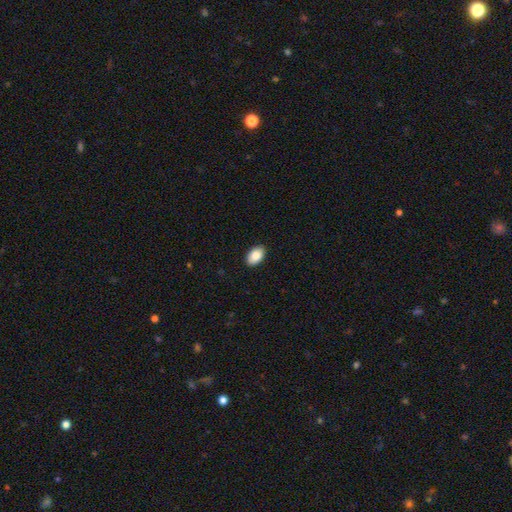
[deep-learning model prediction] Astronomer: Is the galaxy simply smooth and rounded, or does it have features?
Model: smooth — 87%.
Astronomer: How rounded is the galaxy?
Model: in between — 91%.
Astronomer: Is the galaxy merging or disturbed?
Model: none — 89%.